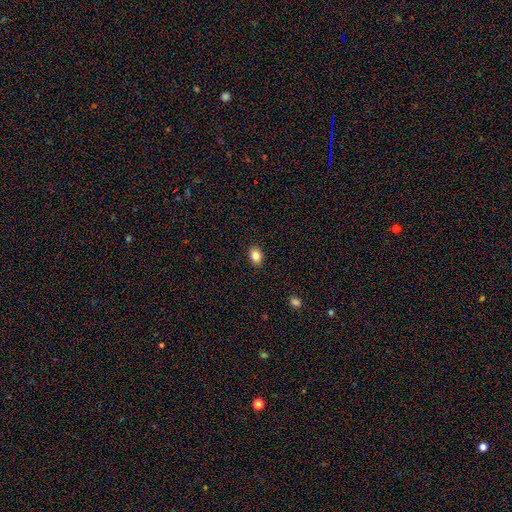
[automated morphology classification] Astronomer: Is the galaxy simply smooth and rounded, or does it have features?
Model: smooth — 84%.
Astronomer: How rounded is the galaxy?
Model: in between — 64%.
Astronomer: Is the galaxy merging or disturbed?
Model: none — 90%.